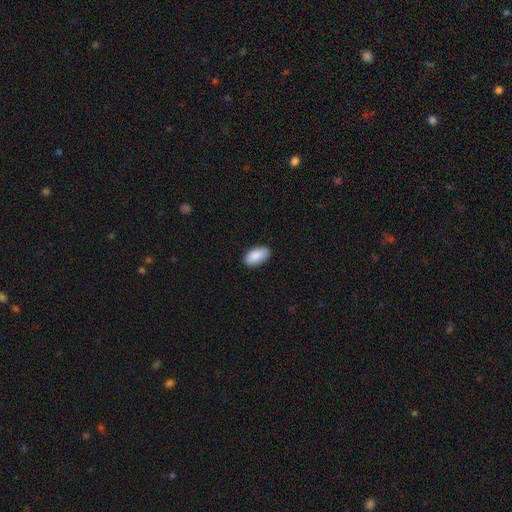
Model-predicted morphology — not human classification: Q: Smooth or featured?
A: smooth (90%); runner-up: star or artifact (6%)
Q: How rounded?
A: in between (95%); runner-up: round (3%)
Q: Merging?
A: none (87%); runner-up: minor disturbance (10%)